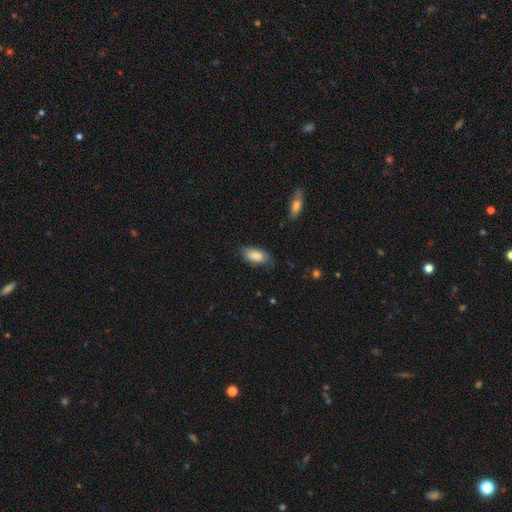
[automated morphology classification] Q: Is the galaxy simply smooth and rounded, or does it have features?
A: smooth — 86%.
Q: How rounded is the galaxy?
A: in between — 91%.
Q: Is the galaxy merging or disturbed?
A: none — 73%.